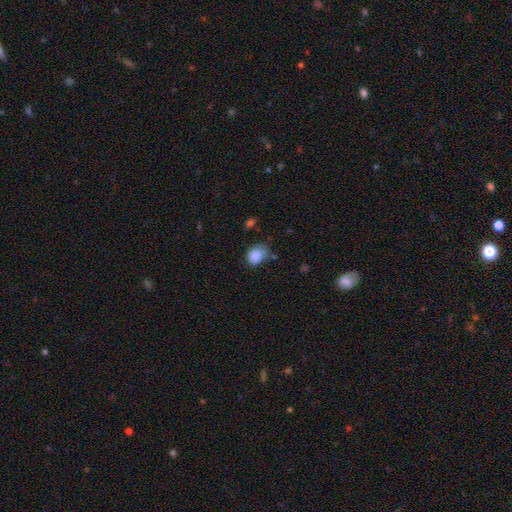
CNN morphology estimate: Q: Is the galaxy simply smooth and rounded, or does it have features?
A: smooth — 86%.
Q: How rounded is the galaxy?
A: in between — 51%.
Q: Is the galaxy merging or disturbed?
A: none — 57%.